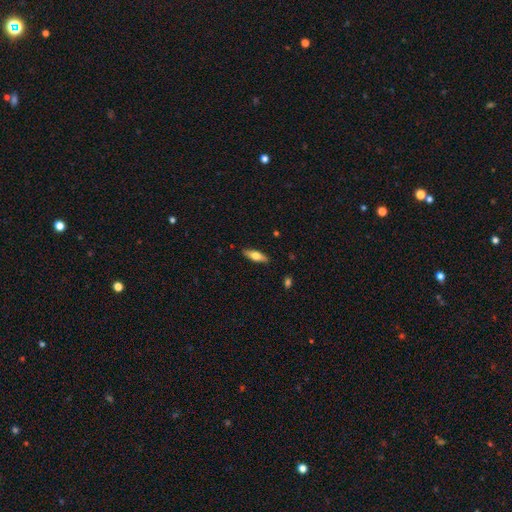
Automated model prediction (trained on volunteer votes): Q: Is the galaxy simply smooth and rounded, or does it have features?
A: smooth — 66%.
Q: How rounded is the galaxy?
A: in between — 55%.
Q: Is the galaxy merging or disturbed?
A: none — 88%.